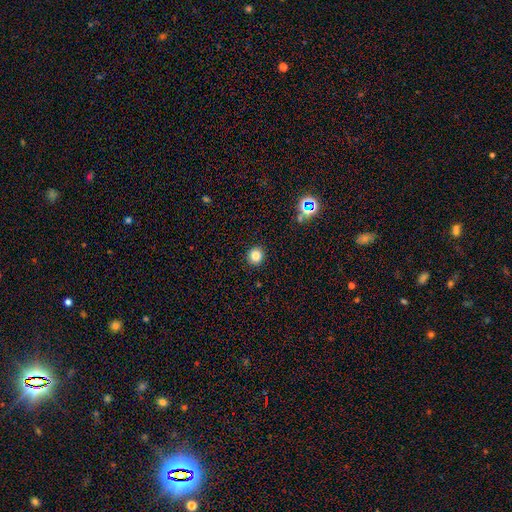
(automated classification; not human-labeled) This appears to be a smooth galaxy with no disk features (81%) that is round (91%). Merging: none (92%).